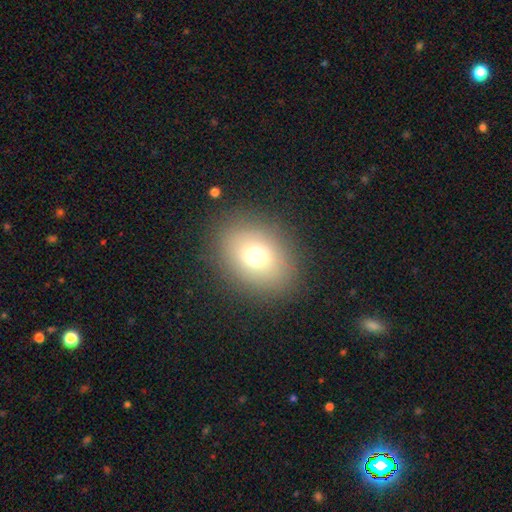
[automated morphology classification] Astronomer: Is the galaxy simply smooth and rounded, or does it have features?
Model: smooth — 69%.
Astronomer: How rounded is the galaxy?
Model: in between — 51% (runner-up: round, 48%).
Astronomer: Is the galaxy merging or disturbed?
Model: none — 85%.